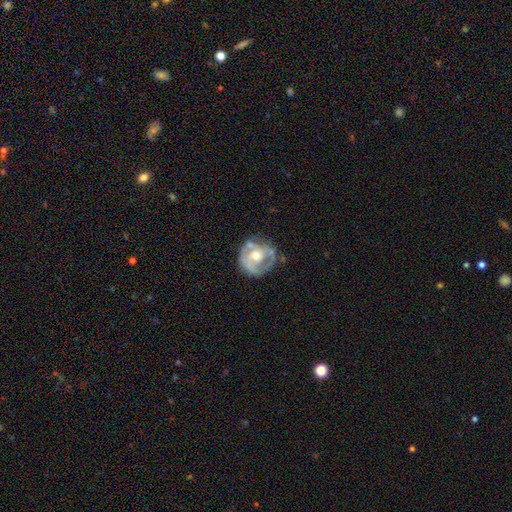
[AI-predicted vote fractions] This is likely a featured or disk galaxy (66%). It is clearly not viewed edge-on (97%). Bar: likely no (75%). Spiral arm pattern: possibly yes (50%, tied with no). Central bulge: likely moderate (69%). Merging: possibly none (55%).